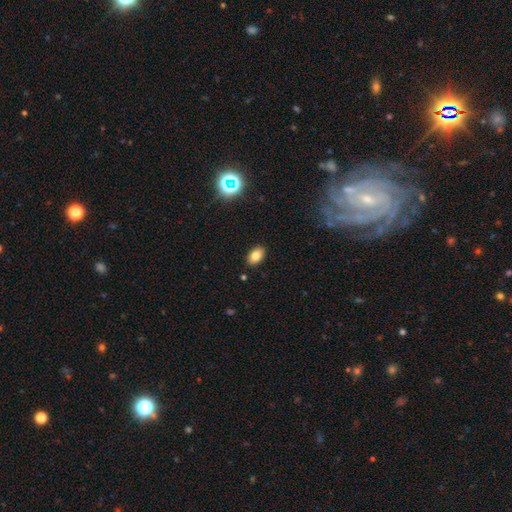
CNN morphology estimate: smooth 79%, star or artifact 11%, featured or disk 9%. Down the decision tree: how rounded — in between (88%); merging — none (89%).